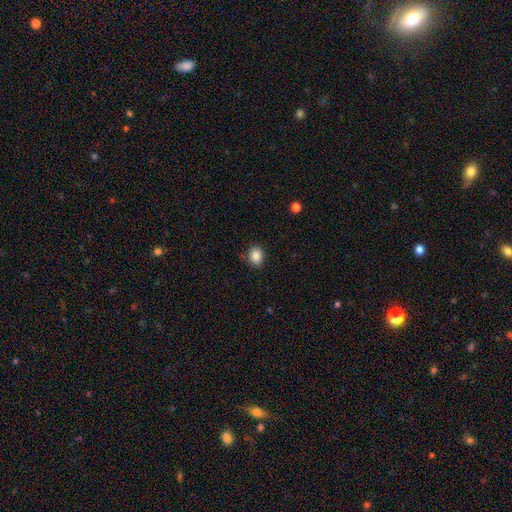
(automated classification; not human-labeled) Smooth or featured?
  - smooth: 86% *
  - star or artifact: 10%
  - featured or disk: 4%
How rounded?
  - round: 58% *
  - in between: 41%
  - cigar-shaped: 1%
Merging?
  - none: 85% *
  - minor disturbance: 11%
  - major disturbance: 3%
  - merger: 2%